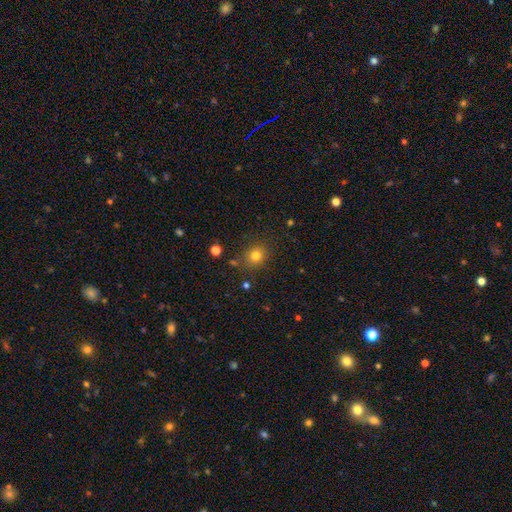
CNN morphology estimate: Smooth or featured?
  - smooth: 78% *
  - star or artifact: 14%
  - featured or disk: 7%
How rounded?
  - round: 68% *
  - in between: 31%
  - cigar-shaped: 1%
Merging?
  - none: 81% *
  - minor disturbance: 12%
  - major disturbance: 4%
  - merger: 4%